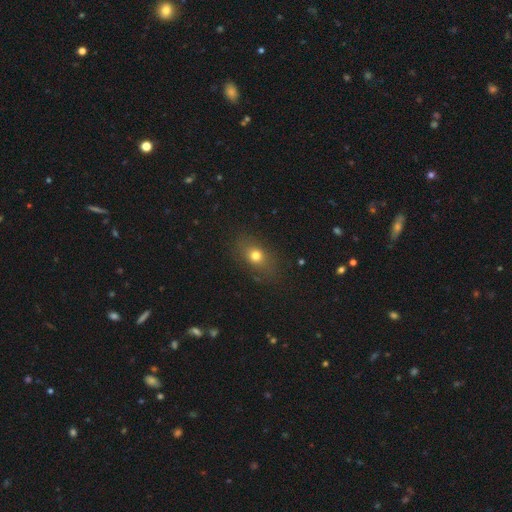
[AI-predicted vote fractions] The model was most divided on "how rounded": in between: 62%, round: 35%, cigar-shaped: 4%. More confident: merging — none (80%); smooth or featured — smooth (73%).